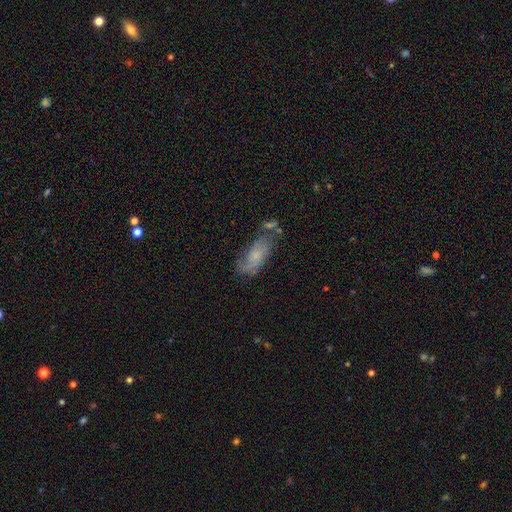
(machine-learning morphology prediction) Smooth or featured: featured or disk — 46% (smooth — 44%)
Merging: none — 45% (minor disturbance — 27%)